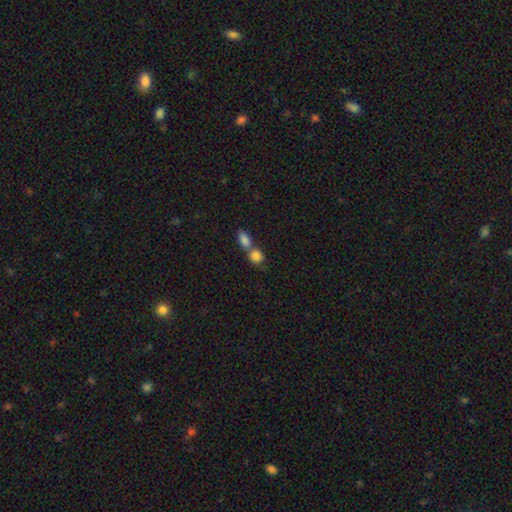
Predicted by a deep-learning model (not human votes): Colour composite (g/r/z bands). It shows a smooth galaxy with no disk features (84%) that is round (58%). Merging: merger (65%).